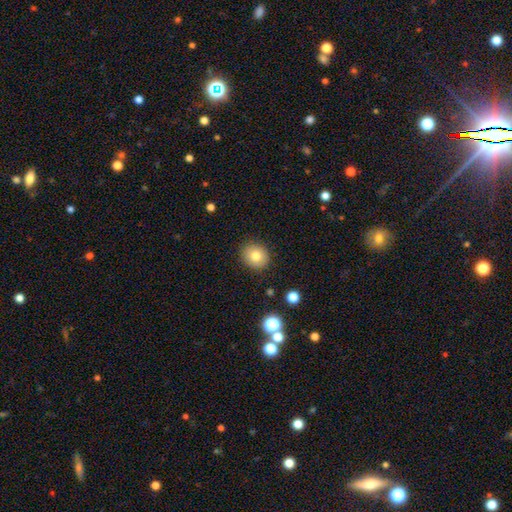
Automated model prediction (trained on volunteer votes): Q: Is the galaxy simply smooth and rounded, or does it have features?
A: smooth — 78%.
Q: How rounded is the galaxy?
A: round — 76%.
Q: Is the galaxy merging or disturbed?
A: none — 88%.